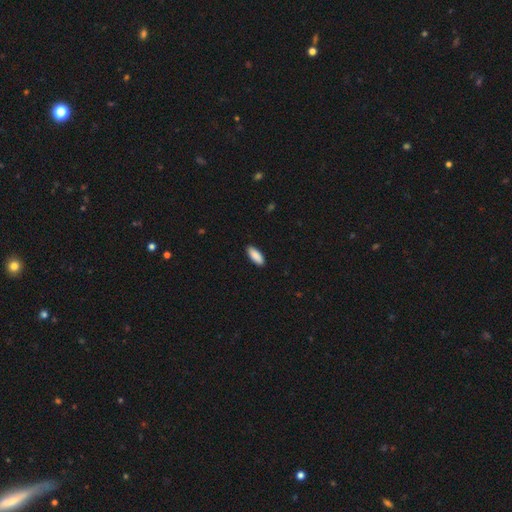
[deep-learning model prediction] Q: Smooth or featured?
A: smooth (90%); runner-up: star or artifact (6%)
Q: How rounded?
A: in between (76%); runner-up: cigar-shaped (22%)
Q: Merging?
A: none (90%); runner-up: minor disturbance (8%)